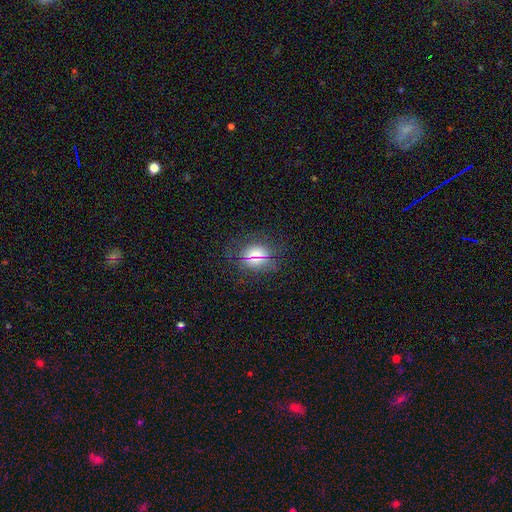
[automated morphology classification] Smooth or featured?
  - smooth: 63% *
  - star or artifact: 24%
  - featured or disk: 13%
How rounded?
  - round: 57% *
  - in between: 40%
  - cigar-shaped: 3%
Merging?
  - none: 82% *
  - minor disturbance: 12%
  - major disturbance: 4%
  - merger: 2%